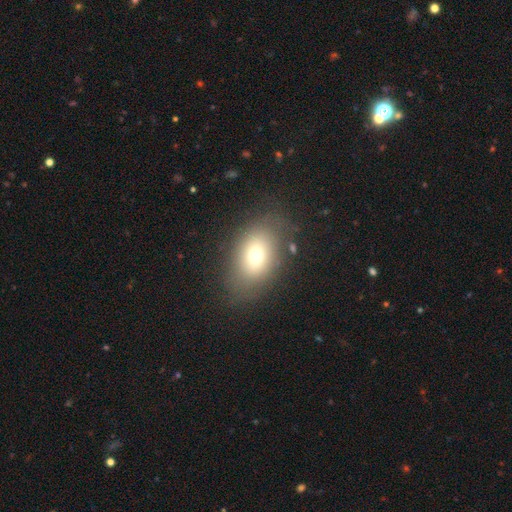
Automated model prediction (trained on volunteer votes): Smooth or featured?
  - smooth: 71% *
  - featured or disk: 17%
  - star or artifact: 12%
How rounded?
  - in between: 80% *
  - round: 19%
  - cigar-shaped: 1%
Merging?
  - none: 77% *
  - minor disturbance: 14%
  - major disturbance: 7%
  - merger: 2%